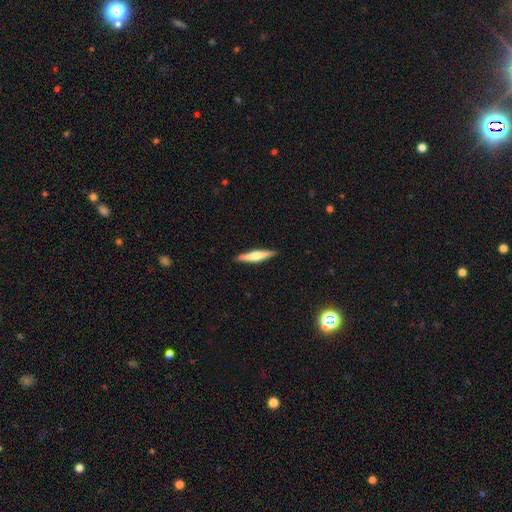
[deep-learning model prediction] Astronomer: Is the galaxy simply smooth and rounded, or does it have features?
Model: featured or disk — 52% (runner-up: smooth, 43%).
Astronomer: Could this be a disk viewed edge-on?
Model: yes — 96%.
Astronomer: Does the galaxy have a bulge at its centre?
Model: rounded — 81%.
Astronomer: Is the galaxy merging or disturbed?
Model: none — 90%.